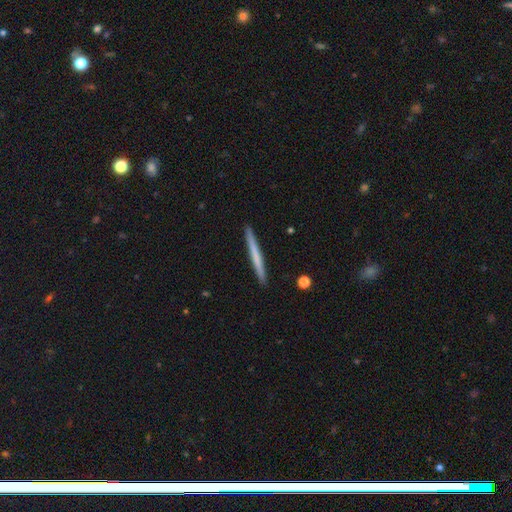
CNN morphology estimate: smooth 58%, featured or disk 37%, star or artifact 5%. Down the decision tree: how rounded — cigar-shaped (97%); merging — none (93%).